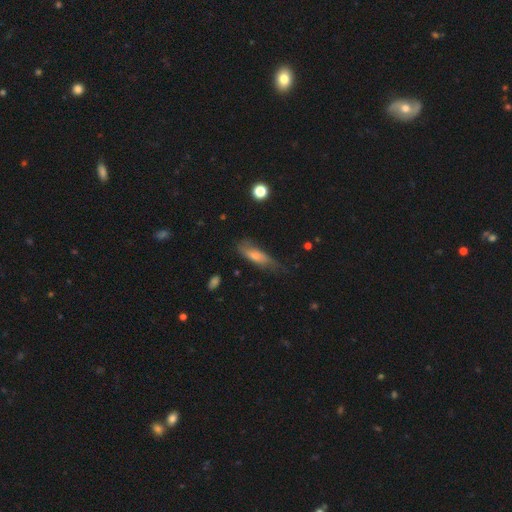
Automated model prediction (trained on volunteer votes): smooth_or_featured: smooth (p=0.69) [alt: featured or disk p=0.24]
how_rounded: in between (p=0.51) [alt: cigar-shaped p=0.47]
merging: none (p=0.56) [alt: minor disturbance p=0.32]